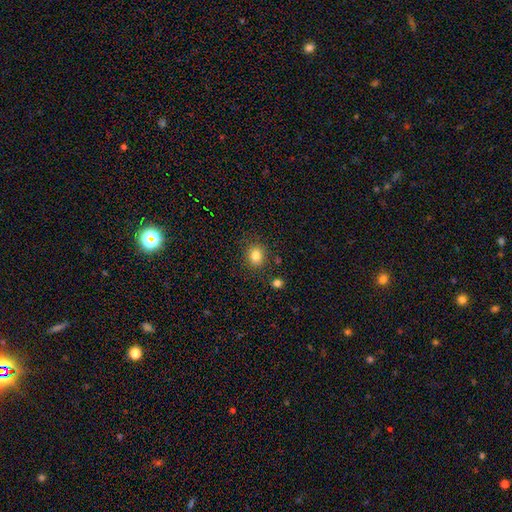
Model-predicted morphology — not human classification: Smooth or featured? smooth (83%)
How rounded? round (74%)
Merging? none (84%)